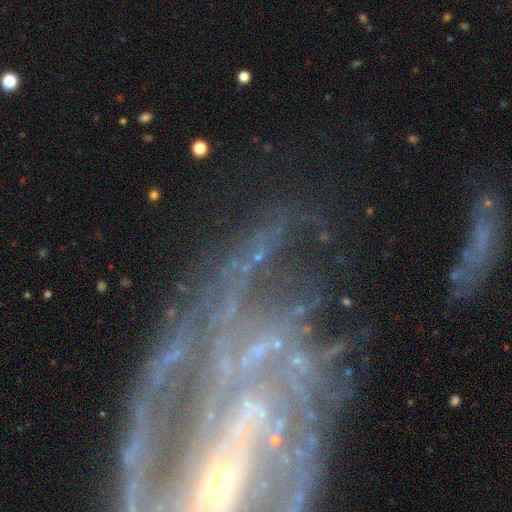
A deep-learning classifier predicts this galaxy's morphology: This is likely a featured or disk galaxy (79%). It is clearly not viewed edge-on (95%). Bar: marginally no (41%). Spiral arm pattern: clearly yes (84%). Spiral arm count: marginally 2 (30%). Spiral winding: marginally tight (42%). Central bulge: likely small (62%). Merging: possibly none (52%).